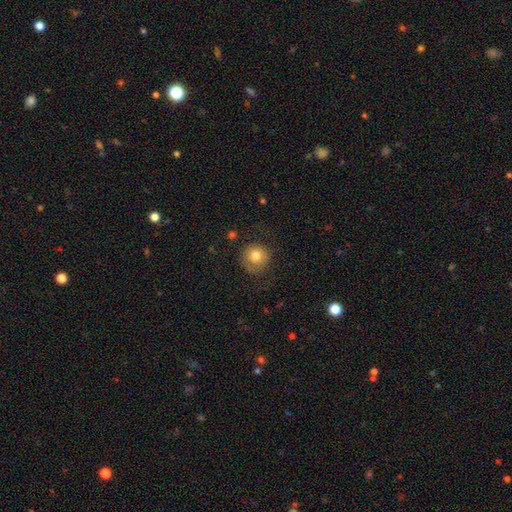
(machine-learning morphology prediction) smooth-or-featured: smooth: 77% | featured or disk: 14% | star or artifact: 9%
  how-rounded: round: 91% | in between: 8% | cigar-shaped: 1%
  merging: none: 70% | minor disturbance: 18% | major disturbance: 10% | merger: 1%